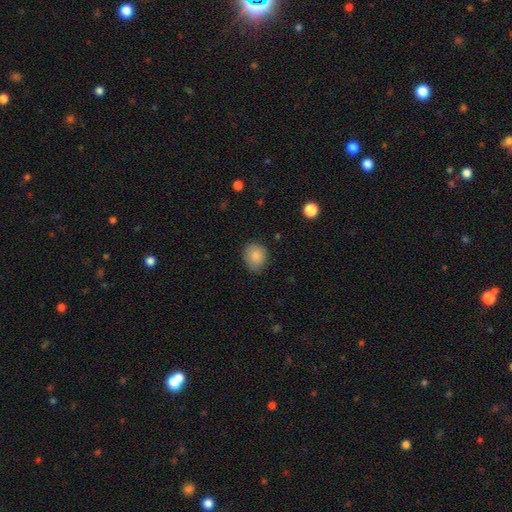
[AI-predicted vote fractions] Smooth or featured? smooth (85%)
How rounded? round (63%)
Merging? none (72%)